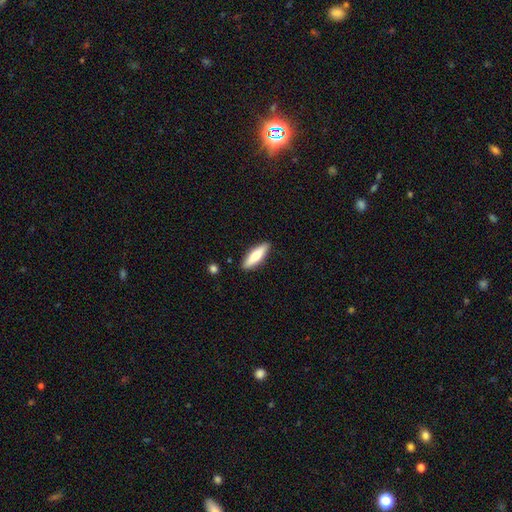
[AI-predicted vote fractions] A smooth galaxy with no disk features (67%) that is cigar-shaped (57%). Merging: none (88%).